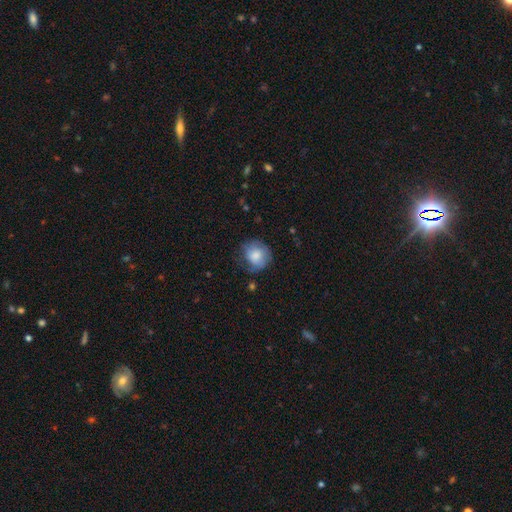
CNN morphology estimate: This is likely a smooth galaxy (66%). How rounded: clearly round (80%). Merging: possibly none (57%).